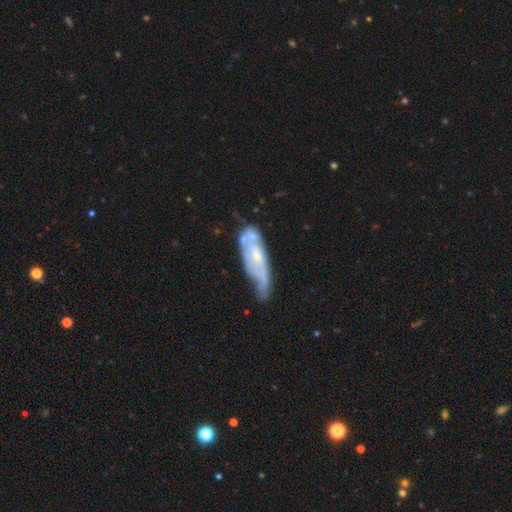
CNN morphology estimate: type=featured or disk (66%); edge-on=no (80%); bar=no (68%); spiral arms=yes (65%); bulge=small (55%); merging=minor disturbance (36%, tied with none).